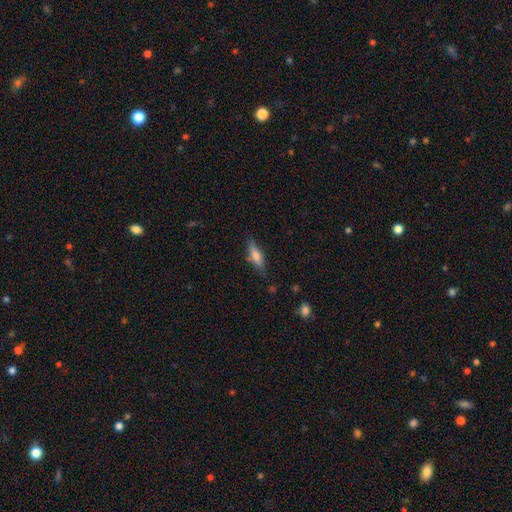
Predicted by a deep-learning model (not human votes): smooth 72%, featured or disk 21%, star or artifact 7%. Down the decision tree: how rounded — cigar-shaped (53%); merging — none (77%).